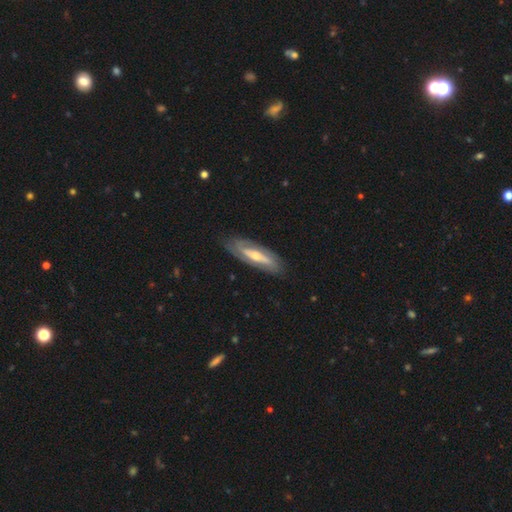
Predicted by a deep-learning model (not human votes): A featured or disk galaxy (75%) with a strong bar (36%, tied with weak), spiral arms (80%) and a moderate central bulge (53%).

Vote fractions:
- Smooth or featured? featured or disk: 75% / smooth: 19% / star or artifact: 6%
- Edge-on disk? no: 71% / yes: 29%
- Bar? strong: 36% (tied) / weak: 36% (tied) / no: 28%
- Spiral arms? yes: 80% / no: 20%
- Bulge size? moderate: 53% / small: 42% / large: 3% / none: 1% / dominant: 1%
- Merging? none: 82% / minor disturbance: 13% / major disturbance: 4% / merger: 1%